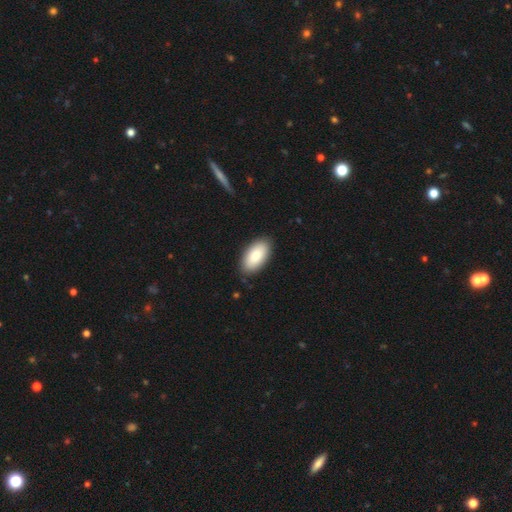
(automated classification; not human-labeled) This is clearly a smooth galaxy (85%). How rounded: clearly in between (95%). Merging: clearly none (87%).